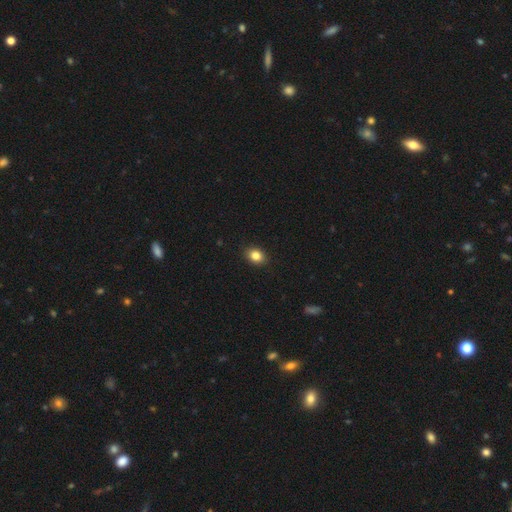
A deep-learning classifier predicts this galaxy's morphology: smooth_or_featured: smooth (p=0.85) [alt: star or artifact p=0.10]
how_rounded: in between (p=0.63) [alt: round p=0.36]
merging: none (p=0.90) [alt: minor disturbance p=0.07]